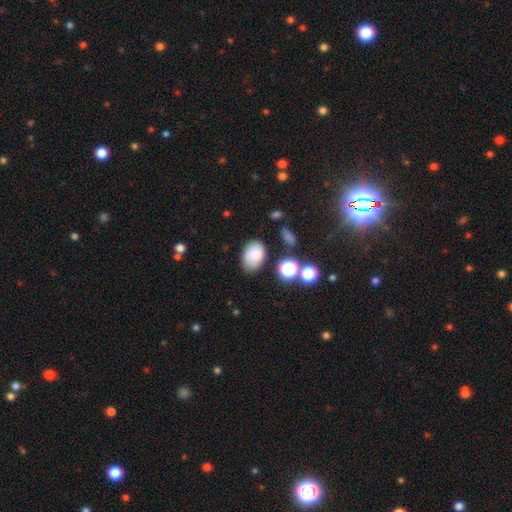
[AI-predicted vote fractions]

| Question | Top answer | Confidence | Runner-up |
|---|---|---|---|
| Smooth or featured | smooth | 77% | featured or disk (13%) |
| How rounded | in between | 79% | round (20%) |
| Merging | none | 76% | minor disturbance (16%) |